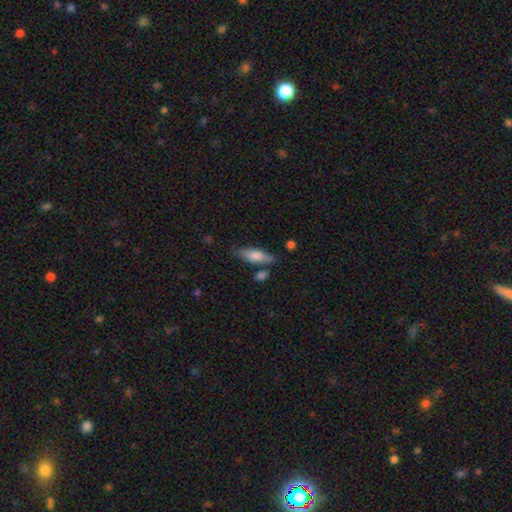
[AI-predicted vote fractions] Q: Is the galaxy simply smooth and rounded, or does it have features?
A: smooth — 75%.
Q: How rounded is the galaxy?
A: in between — 60%.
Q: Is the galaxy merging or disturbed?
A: none — 71%.